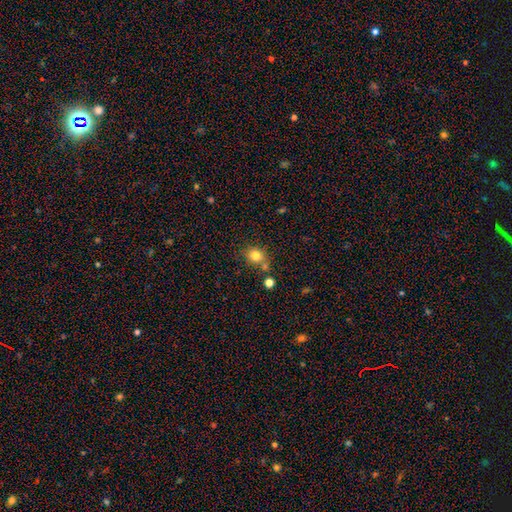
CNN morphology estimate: Smooth or featured? smooth (80%)
How rounded? round (73%)
Merging? none (65%)